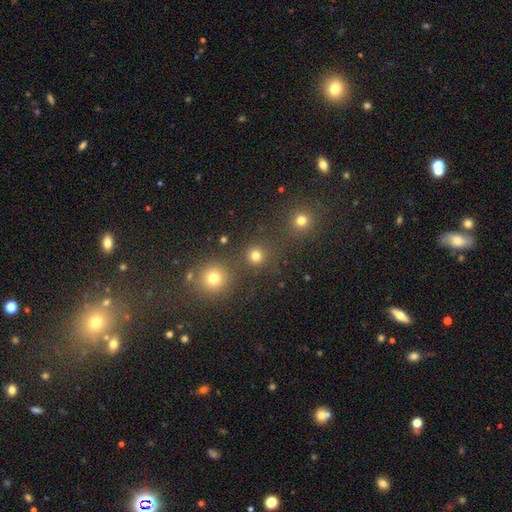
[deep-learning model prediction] Q: Smooth or featured?
A: smooth (78%); runner-up: star or artifact (18%)
Q: How rounded?
A: round (93%); runner-up: in between (6%)
Q: Merging?
A: none (80%); runner-up: merger (11%)